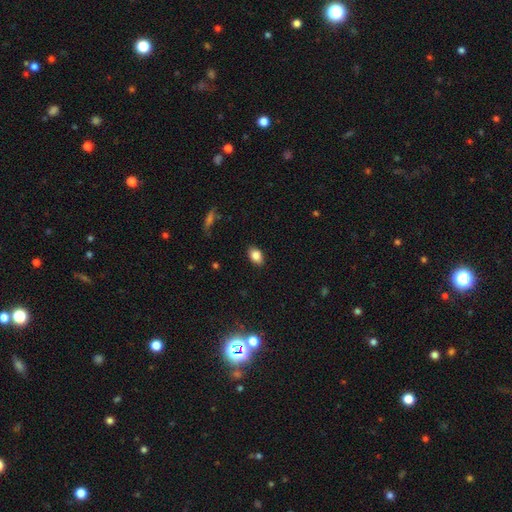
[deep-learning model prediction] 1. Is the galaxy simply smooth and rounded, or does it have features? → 84% smooth, 9% star or artifact, 7% featured or disk.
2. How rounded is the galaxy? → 84% in between, 14% round, 2% cigar-shaped.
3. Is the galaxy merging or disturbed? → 85% none, 12% minor disturbance, 2% major disturbance, 1% merger.